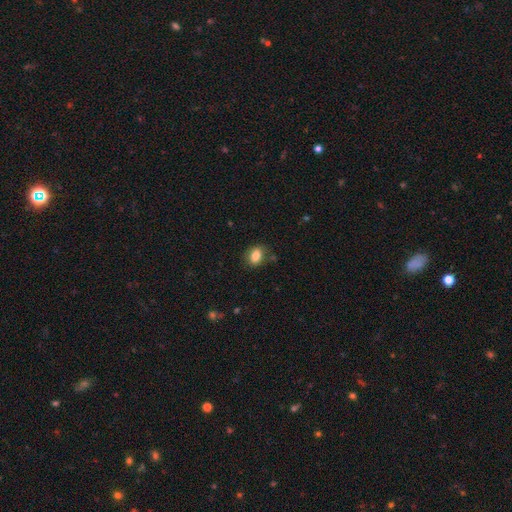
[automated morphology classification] The model was most divided on "how rounded": in between: 70%, round: 29%, cigar-shaped: 1%. More confident: smooth or featured — smooth (83%); merging — none (80%).